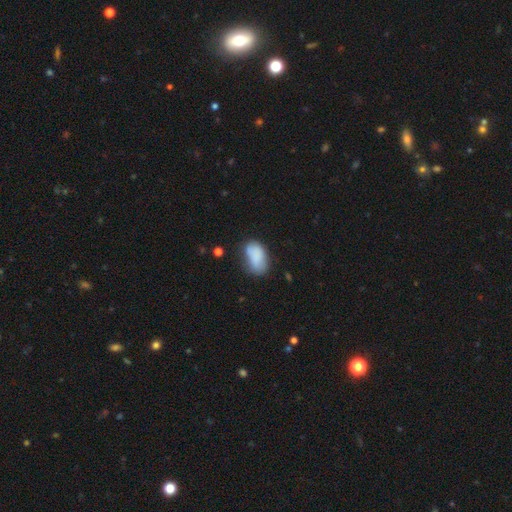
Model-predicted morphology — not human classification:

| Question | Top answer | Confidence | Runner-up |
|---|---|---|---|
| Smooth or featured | smooth | 82% | featured or disk (10%) |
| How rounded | in between | 91% | round (7%) |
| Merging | none | 51% | minor disturbance (33%) |